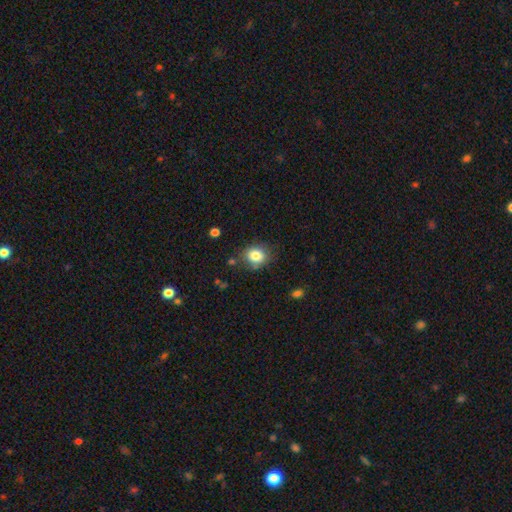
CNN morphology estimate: Smooth or featured? smooth (83%)
How rounded? round (65%)
Merging? none (76%)